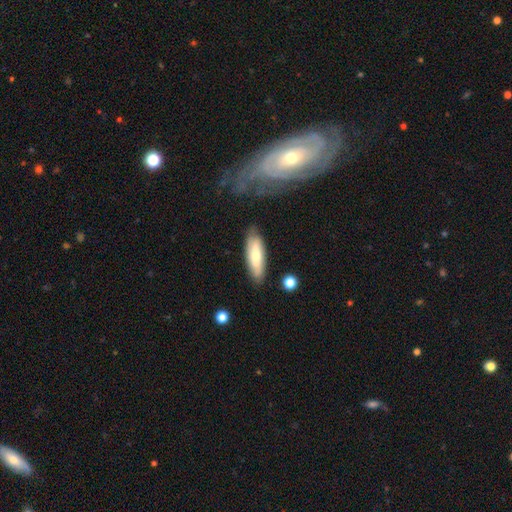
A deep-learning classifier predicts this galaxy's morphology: type=smooth (63%); roundness=in between (51%); merging=none (80%).